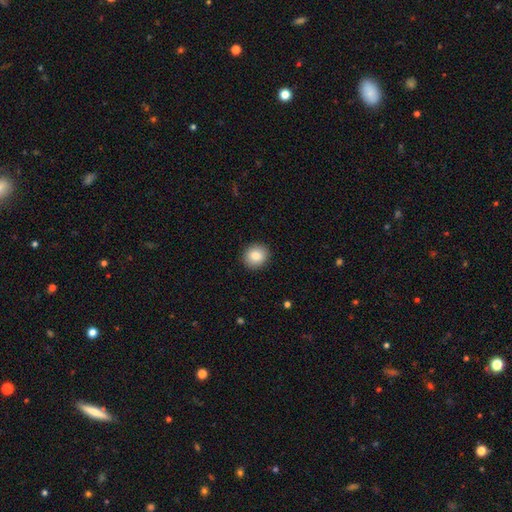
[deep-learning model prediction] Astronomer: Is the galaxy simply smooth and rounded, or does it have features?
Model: smooth — 84%.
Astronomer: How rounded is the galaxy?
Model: round — 85%.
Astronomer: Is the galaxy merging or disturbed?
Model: none — 91%.